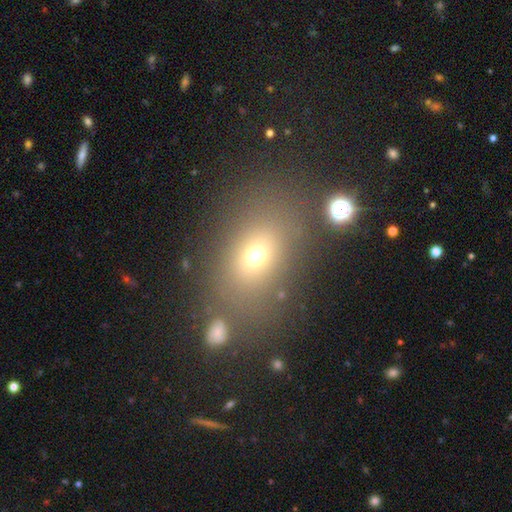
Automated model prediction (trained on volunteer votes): Smooth or featured: smooth — 65% (star or artifact — 21%)
How rounded: in between — 70% (round — 28%)
Merging: none — 74% (minor disturbance — 11%)